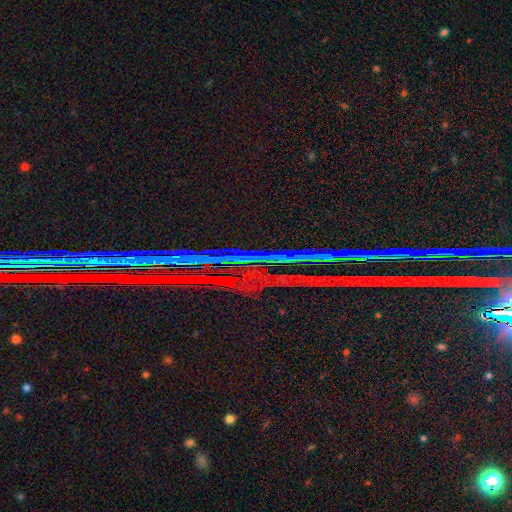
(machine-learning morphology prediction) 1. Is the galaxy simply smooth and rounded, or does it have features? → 87% star or artifact, 8% featured or disk, 5% smooth.